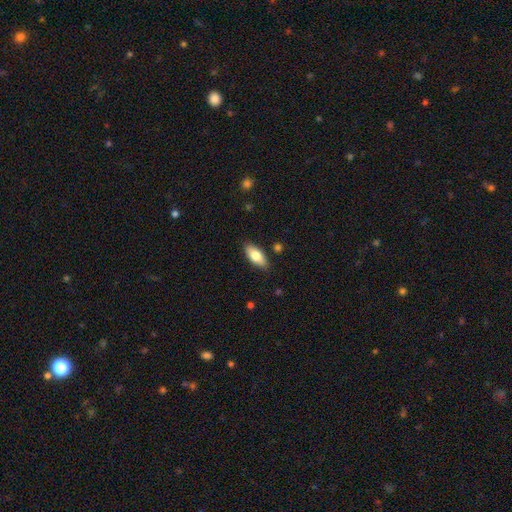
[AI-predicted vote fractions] smooth 77%, featured or disk 16%, star or artifact 6%. Down the decision tree: how rounded — in between (86%); merging — none (86%).